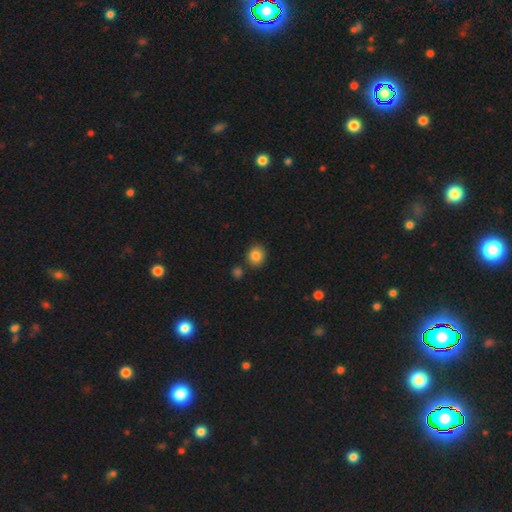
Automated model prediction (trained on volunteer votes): Overall: smooth (85%). How rounded: round (78%). Merging: none (82%).